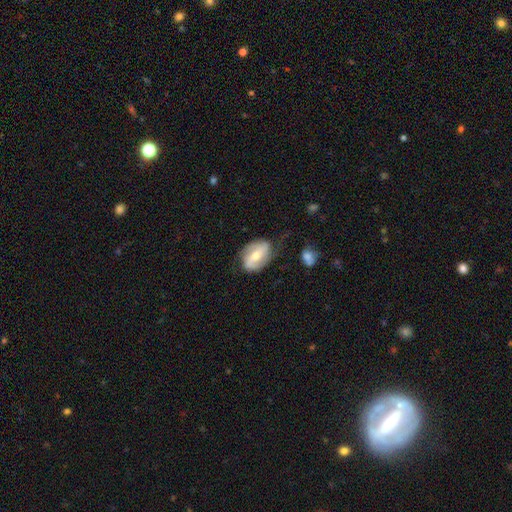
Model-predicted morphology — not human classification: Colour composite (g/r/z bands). It shows a featured or disk galaxy (71%) with a weak bar (39%), 2 (87%) loose (41%) spiral arms (89%) and a moderate central bulge (62%). Merging: none (67%).